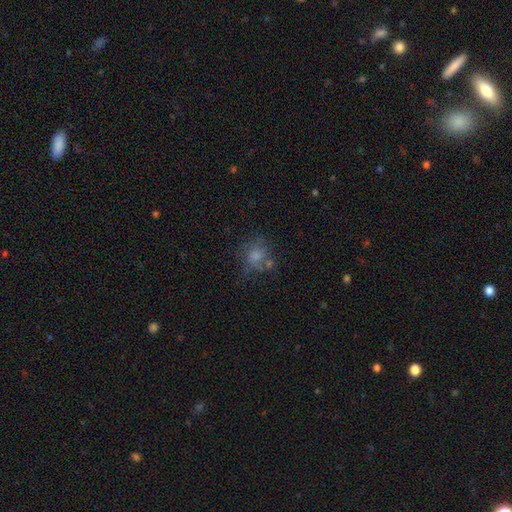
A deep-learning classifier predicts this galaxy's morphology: Smooth or featured? Predicted: smooth (p=0.50). Merging? Predicted: none (p=0.57).